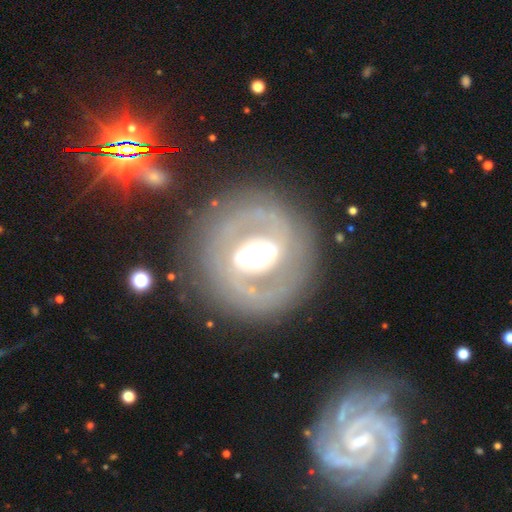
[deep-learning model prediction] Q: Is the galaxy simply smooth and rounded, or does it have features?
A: featured or disk — 75%.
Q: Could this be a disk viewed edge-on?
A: no — 94%.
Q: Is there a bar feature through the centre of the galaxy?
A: strong — 50%.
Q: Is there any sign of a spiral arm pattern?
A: yes — 54%.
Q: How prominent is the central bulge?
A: moderate — 42%.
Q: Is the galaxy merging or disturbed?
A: none — 80%.